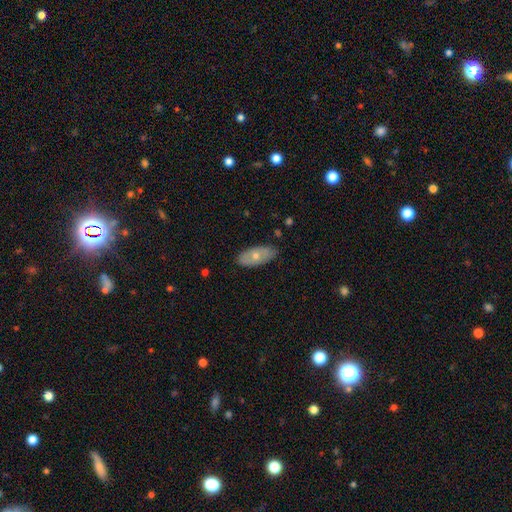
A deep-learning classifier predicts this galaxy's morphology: smooth-or-featured: smooth: 56% | featured or disk: 38% | star or artifact: 6%
  how-rounded: in between: 90% | cigar-shaped: 7% | round: 3%
  merging: none: 82% | minor disturbance: 15% | major disturbance: 2% | merger: 1%